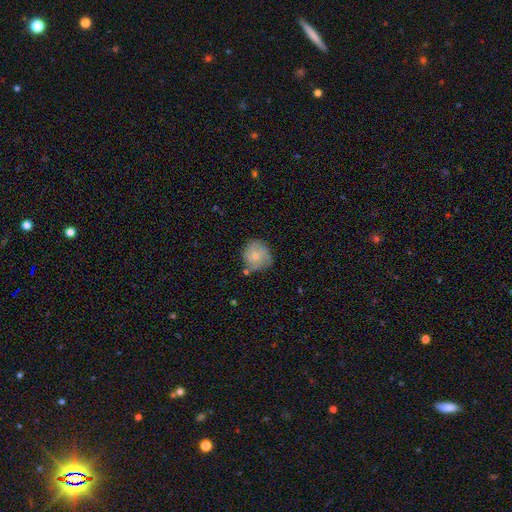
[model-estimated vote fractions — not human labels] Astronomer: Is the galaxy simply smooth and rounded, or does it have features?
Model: smooth — 61%.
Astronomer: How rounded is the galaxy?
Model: round — 85%.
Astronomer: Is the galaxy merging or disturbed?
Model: none — 61%.